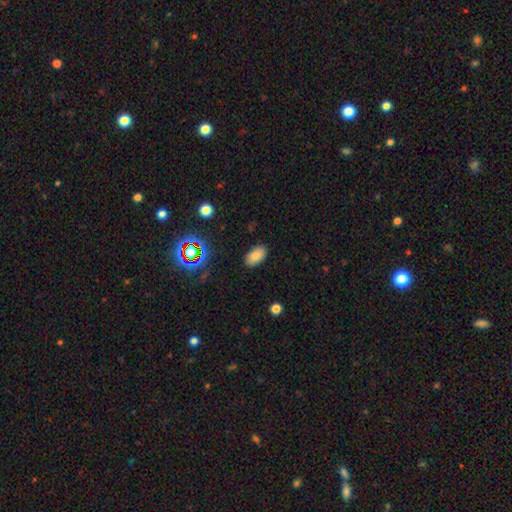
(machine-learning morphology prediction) type=smooth (81%); roundness=in between (93%); merging=none (87%).